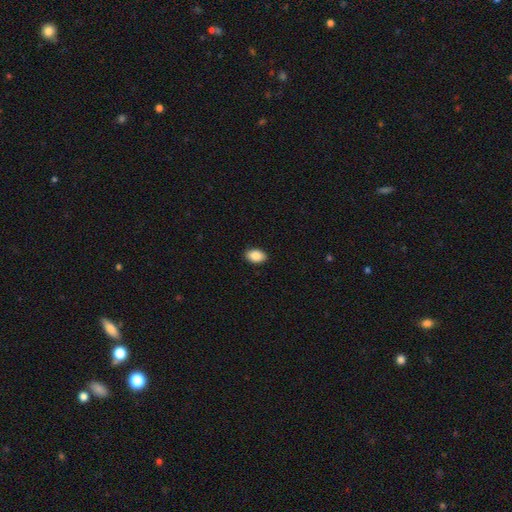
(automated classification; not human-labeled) Smooth or featured?
  - smooth: 89% *
  - star or artifact: 7%
  - featured or disk: 3%
How rounded?
  - in between: 87% *
  - round: 12%
  - cigar-shaped: 1%
Merging?
  - none: 90% *
  - minor disturbance: 8%
  - major disturbance: 2%
  - merger: 1%